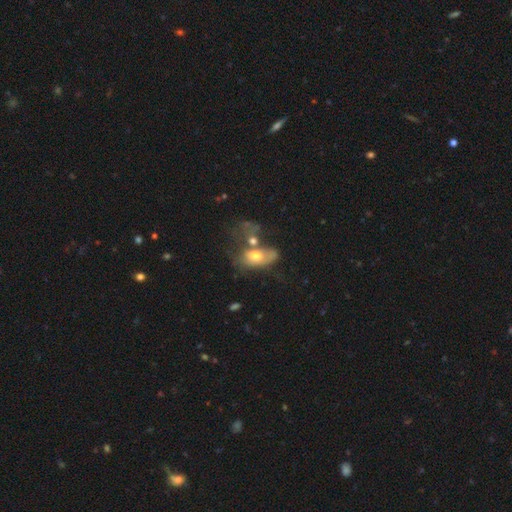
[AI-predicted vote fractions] smooth 57%, featured or disk 35%, star or artifact 8%. Down the decision tree: how rounded — in between (86%); merging — merger (40%).